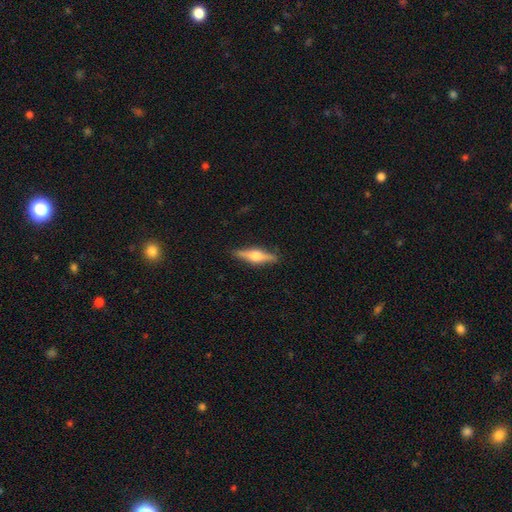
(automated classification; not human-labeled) Q: Smooth or featured?
A: featured or disk (65%); runner-up: smooth (29%)
Q: Edge-on disk?
A: yes (97%); runner-up: no (3%)
Q: Edge-on bulge?
A: rounded (92%); runner-up: boxy (6%)
Q: Merging?
A: none (88%); runner-up: minor disturbance (9%)